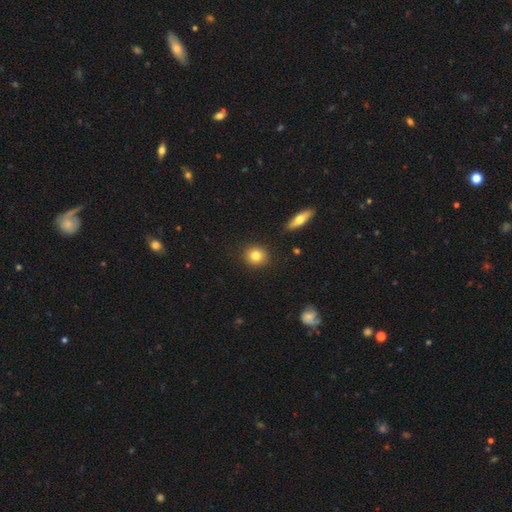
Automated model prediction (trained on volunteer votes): Smooth or featured? Predicted: smooth (p=0.81). How rounded? Predicted: round (p=0.82). Merging? Predicted: none (p=0.89).